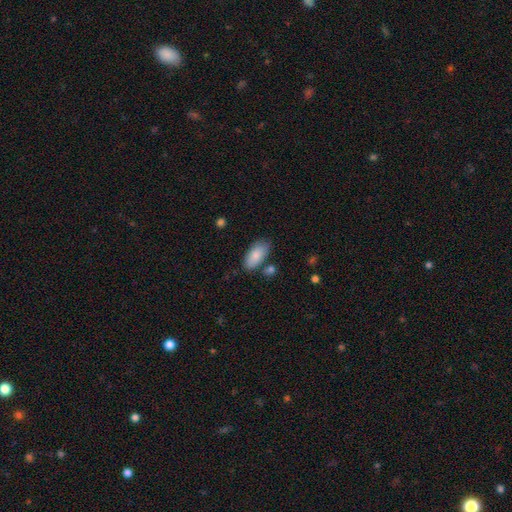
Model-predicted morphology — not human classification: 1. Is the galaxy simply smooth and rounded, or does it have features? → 85% smooth, 9% featured or disk, 6% star or artifact.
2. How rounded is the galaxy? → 91% in between, 7% cigar-shaped, 2% round.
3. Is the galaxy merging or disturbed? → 74% none, 16% minor disturbance, 6% merger, 4% major disturbance.